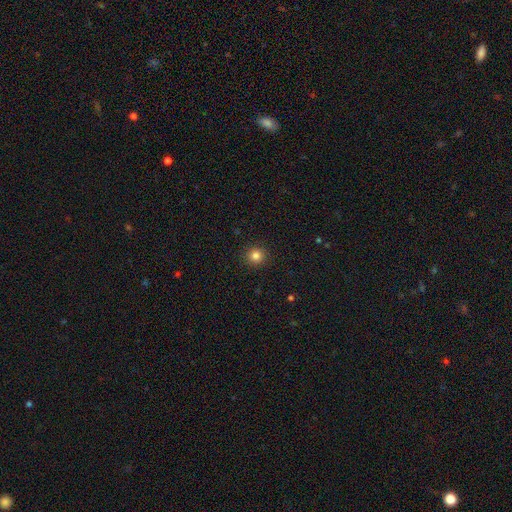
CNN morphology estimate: A smooth galaxy with no disk features (83%) that is round (93%).

Vote fractions:
- Smooth or featured? smooth: 83% / star or artifact: 12% / featured or disk: 5%
- How rounded? round: 93% / in between: 6% / cigar-shaped: 1%
- Merging? none: 92% / minor disturbance: 5% / major disturbance: 2% / merger: 1%